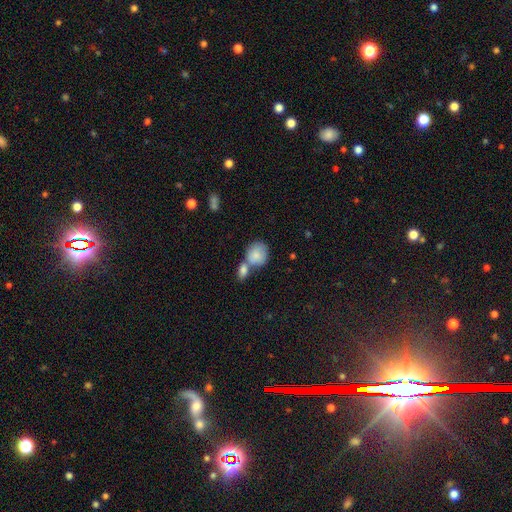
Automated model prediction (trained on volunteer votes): Morphology: type=smooth (84%); roundness=round (65%); merging=merger (52%).